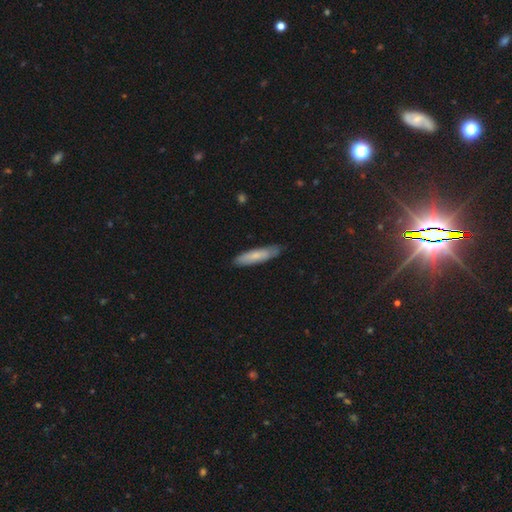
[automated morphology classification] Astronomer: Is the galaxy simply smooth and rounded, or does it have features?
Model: smooth — 72%.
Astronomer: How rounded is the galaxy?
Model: cigar-shaped — 78%.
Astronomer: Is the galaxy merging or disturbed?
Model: none — 83%.